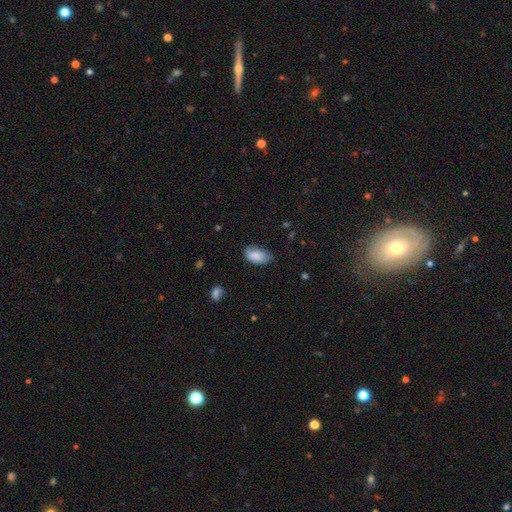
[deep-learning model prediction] A smooth galaxy with no disk features (84%) that is in between round and cigar-shaped (93%).

Vote fractions:
- Smooth or featured? smooth: 84% / featured or disk: 10% / star or artifact: 7%
- How rounded? in between: 93% / round: 5% / cigar-shaped: 2%
- Merging? none: 60% / minor disturbance: 32% / major disturbance: 7% / merger: 1%